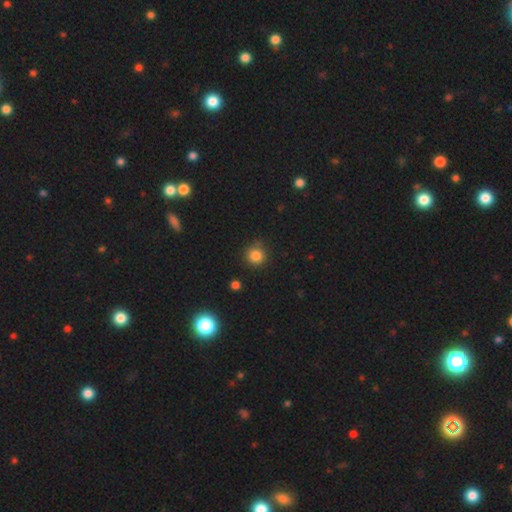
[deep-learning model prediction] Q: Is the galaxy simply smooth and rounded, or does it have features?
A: smooth — 83%.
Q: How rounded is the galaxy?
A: round — 92%.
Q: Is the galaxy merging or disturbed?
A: none — 84%.